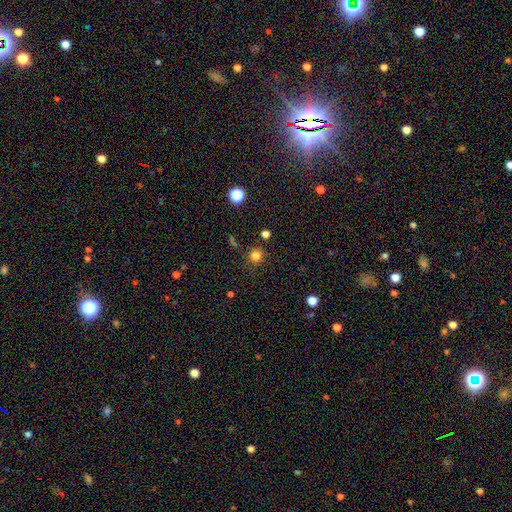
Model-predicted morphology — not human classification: This is likely a smooth galaxy (79%). How rounded: clearly round (93%). Merging: clearly none (84%).